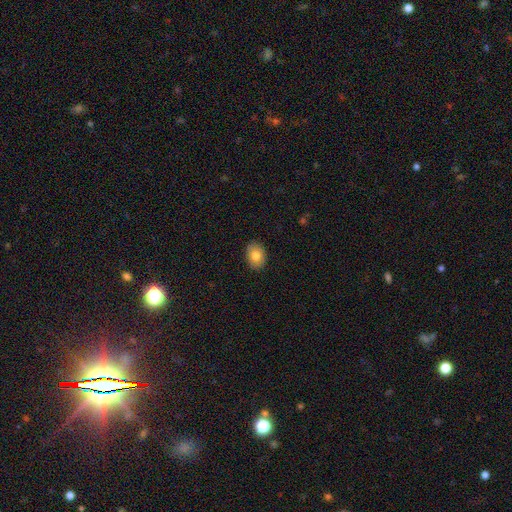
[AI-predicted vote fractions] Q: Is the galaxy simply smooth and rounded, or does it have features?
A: smooth — 81%.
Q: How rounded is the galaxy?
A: in between — 76%.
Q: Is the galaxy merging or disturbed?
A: none — 89%.